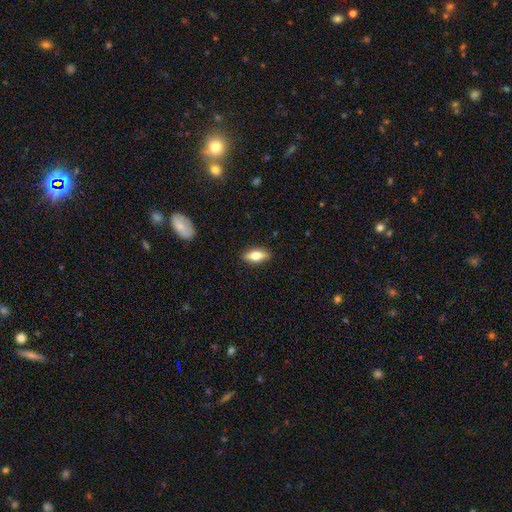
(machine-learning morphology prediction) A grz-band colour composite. It shows a smooth galaxy with no disk features (57%) that is in between round and cigar-shaped (70%). Merging: none (88%).